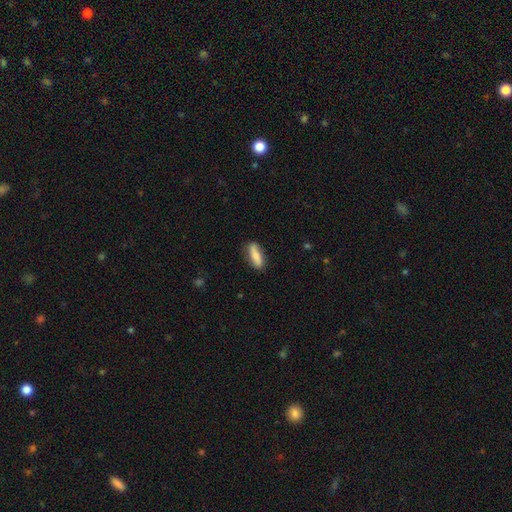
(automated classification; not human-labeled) Smooth or featured? smooth (79%)
How rounded? cigar-shaped (49%, tied with in between)
Merging? none (82%)